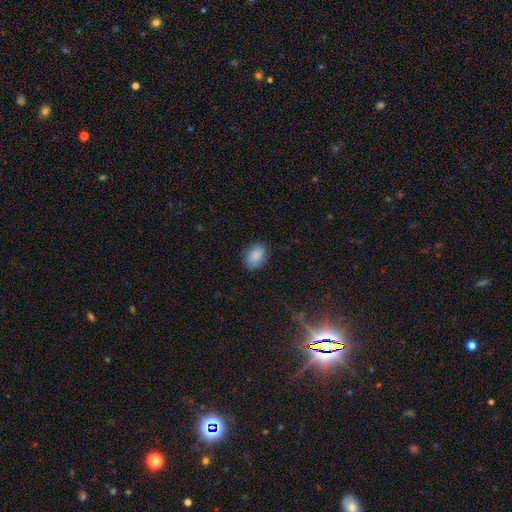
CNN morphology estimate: This is clearly a smooth galaxy (88%). How rounded: likely in between (80%). Merging: clearly none (80%).